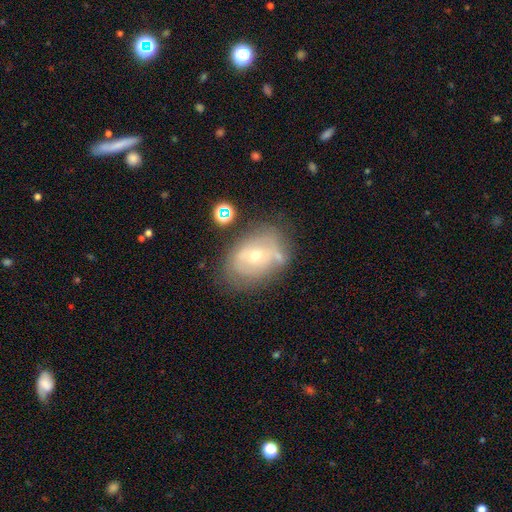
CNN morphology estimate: Q: Smooth or featured?
A: featured or disk (57%); runner-up: smooth (33%)
Q: Edge-on disk?
A: no (94%); runner-up: yes (6%)
Q: Bar?
A: no (65%); runner-up: weak (26%)
Q: Spiral arms?
A: no (53%); runner-up: yes (47%)
Q: Bulge size?
A: moderate (49%); runner-up: small (47%)
Q: Merging?
A: none (58%); runner-up: minor disturbance (24%)